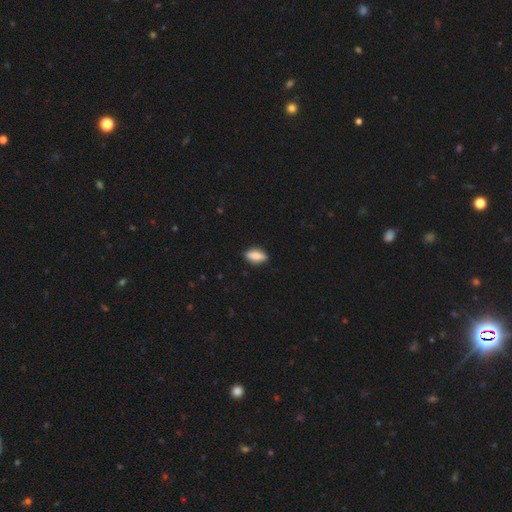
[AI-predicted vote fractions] This appears to be a smooth galaxy with no disk features (79%) that is in between round and cigar-shaped (79%). Merging: none (85%).